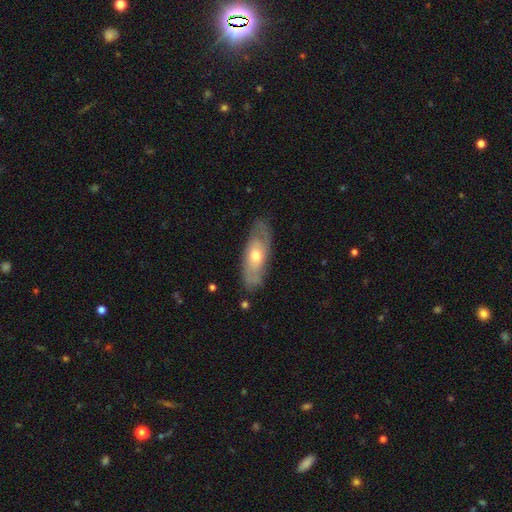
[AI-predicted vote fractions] A featured or disk galaxy (67%) with no bar (74%), spiral arms (72%) and a moderate central bulge (68%). Merging: none (82%).